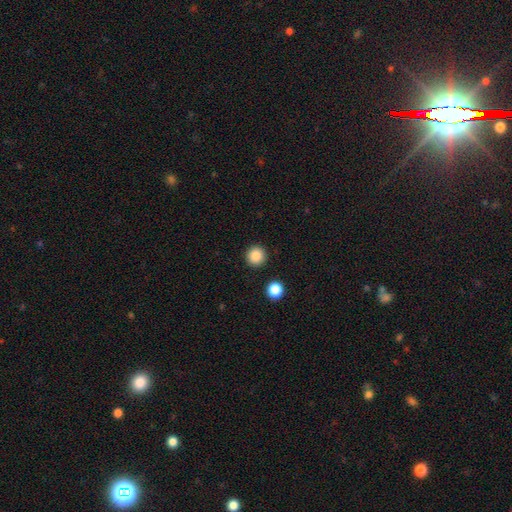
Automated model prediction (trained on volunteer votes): smooth_or_featured: smooth (p=0.87) [alt: star or artifact p=0.10]
how_rounded: round (p=0.95) [alt: in between p=0.04]
merging: none (p=0.92) [alt: minor disturbance p=0.05]